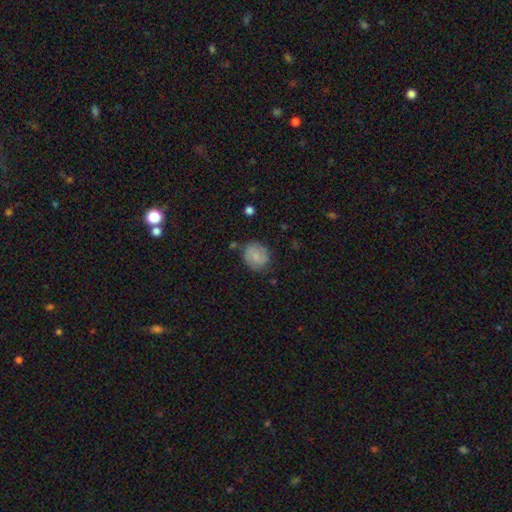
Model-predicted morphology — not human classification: Smooth or featured? Predicted: smooth (p=0.67). How rounded? Predicted: round (p=0.74). Merging? Predicted: none (p=0.75).